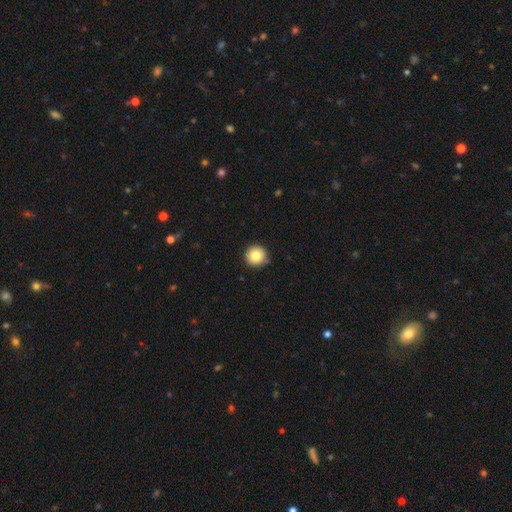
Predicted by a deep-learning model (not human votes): Smooth or featured?
  - smooth: 84% *
  - star or artifact: 10%
  - featured or disk: 6%
How rounded?
  - round: 96% *
  - in between: 3%
  - cigar-shaped: 1%
Merging?
  - none: 89% *
  - minor disturbance: 8%
  - merger: 2%
  - major disturbance: 2%